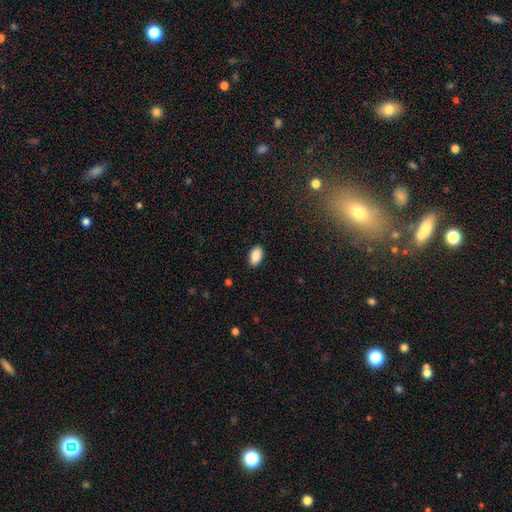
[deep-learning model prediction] Overall: smooth (89%). How rounded: in between (94%). Merging: none (89%).